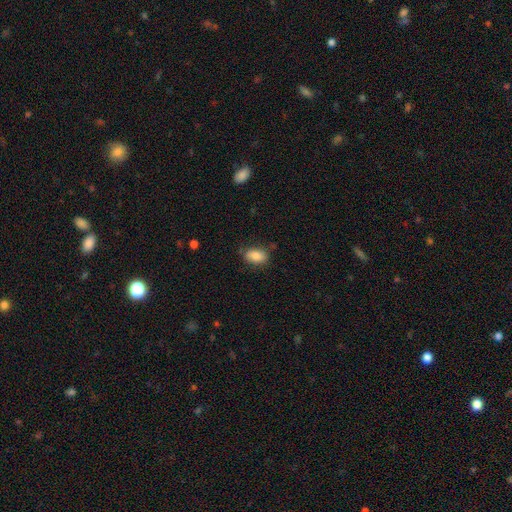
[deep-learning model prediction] Smooth or featured: smooth — 81% (featured or disk — 11%)
How rounded: in between — 85% (round — 13%)
Merging: none — 75% (minor disturbance — 19%)